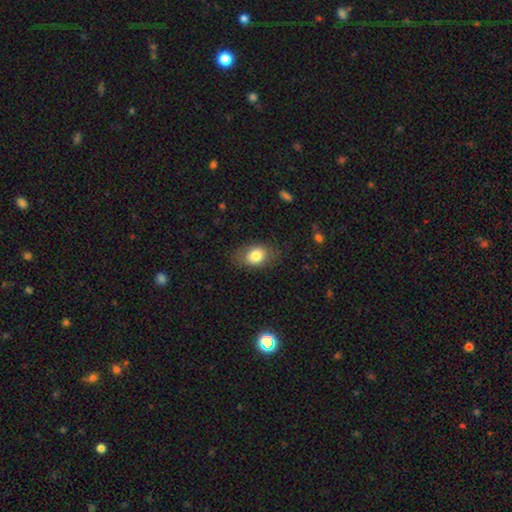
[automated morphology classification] smooth 80%, featured or disk 12%, star or artifact 8%. Down the decision tree: how rounded — in between (78%); merging — none (75%).